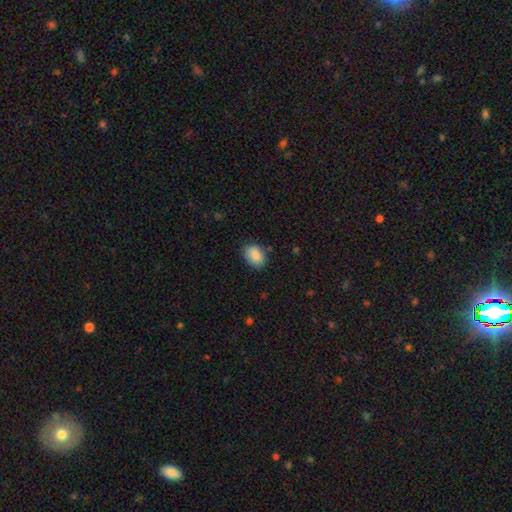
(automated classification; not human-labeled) Smooth or featured: smooth — 89% (star or artifact — 7%)
How rounded: in between — 74% (round — 25%)
Merging: none — 82% (minor disturbance — 14%)